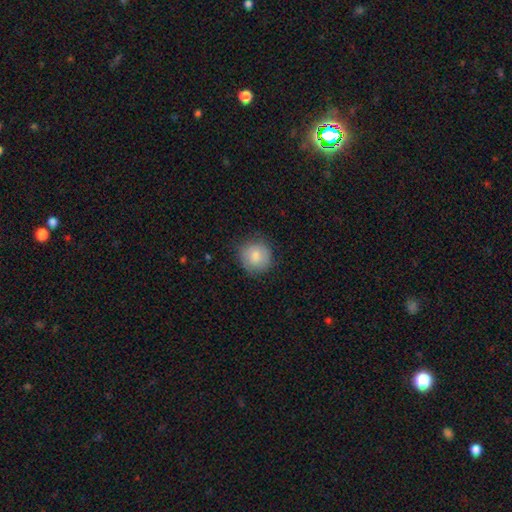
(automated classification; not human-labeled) smooth_or_featured: smooth (p=0.82) [alt: featured or disk p=0.11]
how_rounded: round (p=0.90) [alt: in between p=0.09]
merging: none (p=0.80) [alt: minor disturbance p=0.15]